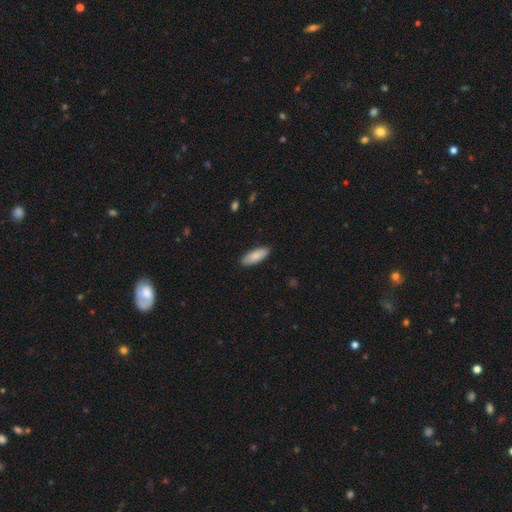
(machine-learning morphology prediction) This appears to be a smooth galaxy with no disk features (87%) that is in between round and cigar-shaped (68%). Merging: none (89%).